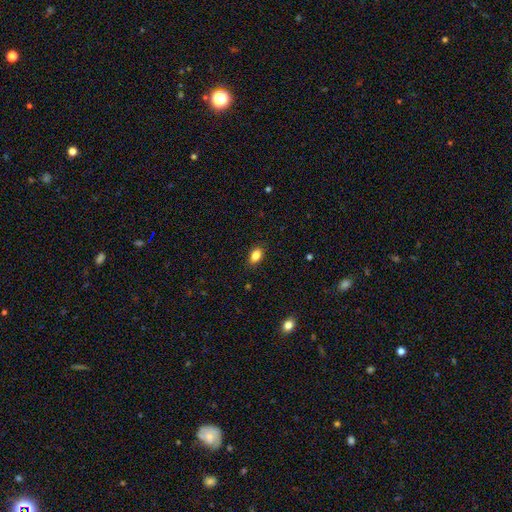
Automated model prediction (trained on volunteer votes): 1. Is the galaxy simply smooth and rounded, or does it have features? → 86% smooth, 9% star or artifact, 5% featured or disk.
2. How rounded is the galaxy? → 85% in between, 13% round, 2% cigar-shaped.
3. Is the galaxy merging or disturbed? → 88% none, 9% minor disturbance, 2% major disturbance, 1% merger.